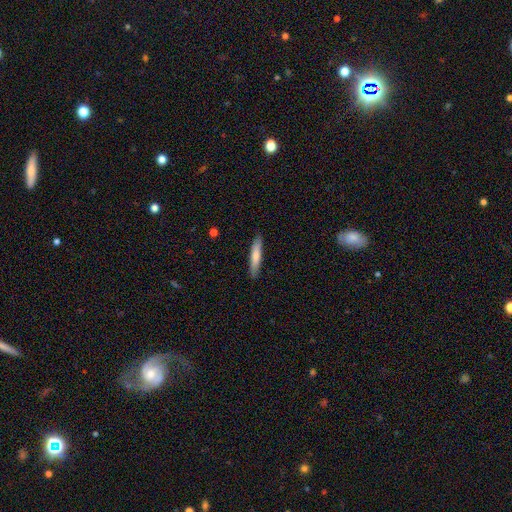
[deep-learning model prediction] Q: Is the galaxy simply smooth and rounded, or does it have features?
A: smooth — 73%.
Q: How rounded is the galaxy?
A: cigar-shaped — 89%.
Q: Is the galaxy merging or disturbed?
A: none — 89%.